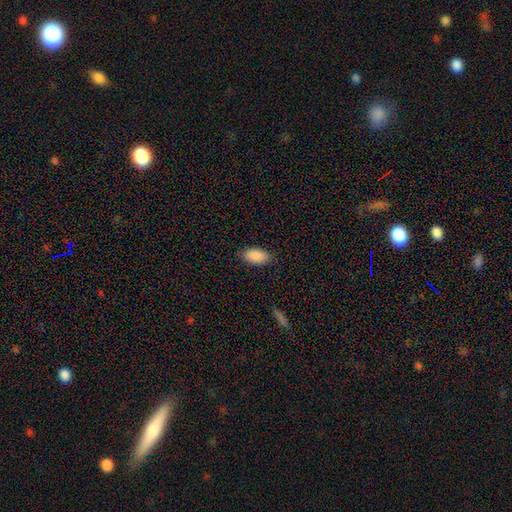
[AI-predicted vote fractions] Smooth or featured? Predicted: smooth (p=0.90). How rounded? Predicted: in between (p=0.94). Merging? Predicted: none (p=0.85).